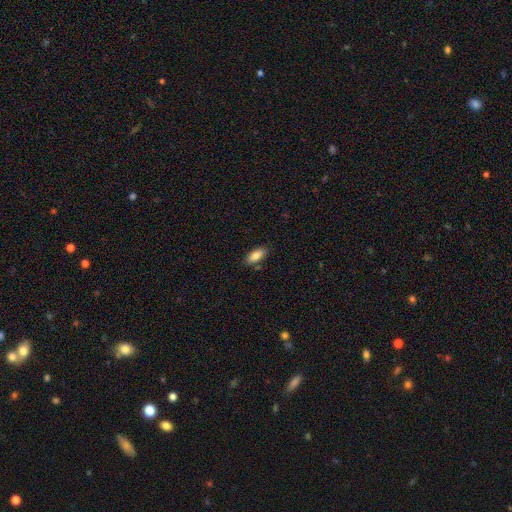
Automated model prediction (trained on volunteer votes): Overall: smooth (84%). How rounded: in between (84%). Merging: none (82%).